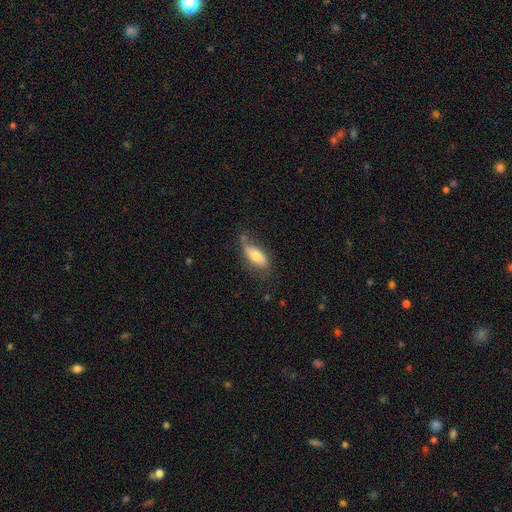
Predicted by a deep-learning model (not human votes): A smooth galaxy with no disk features (62%) that is in between round and cigar-shaped (79%). Merging: none (52%).